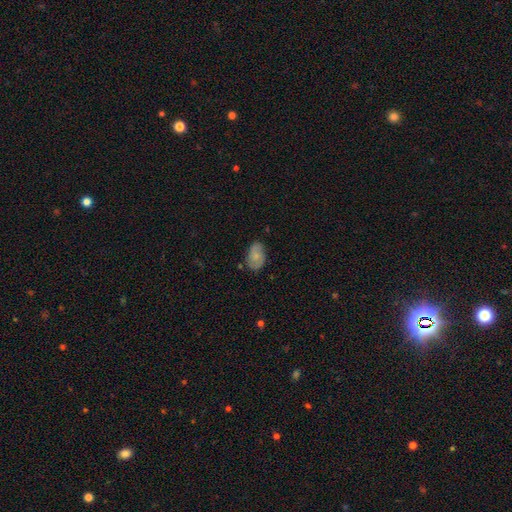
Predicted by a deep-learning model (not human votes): This is likely a smooth galaxy (67%). How rounded: clearly in between (90%). Merging: likely none (71%).